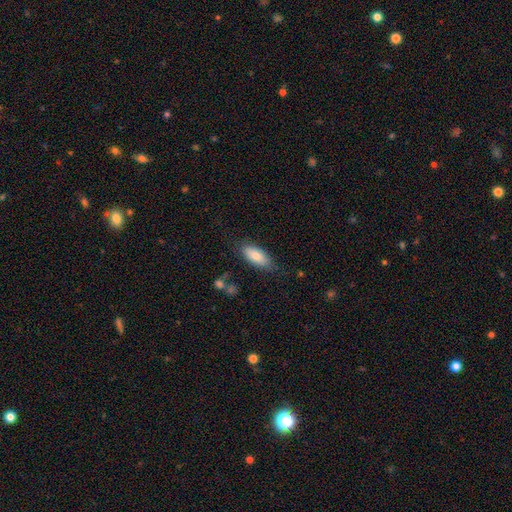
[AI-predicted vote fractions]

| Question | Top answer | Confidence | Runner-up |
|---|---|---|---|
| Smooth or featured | smooth | 80% | featured or disk (13%) |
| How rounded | in between | 83% | cigar-shaped (15%) |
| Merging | none | 78% | minor disturbance (16%) |